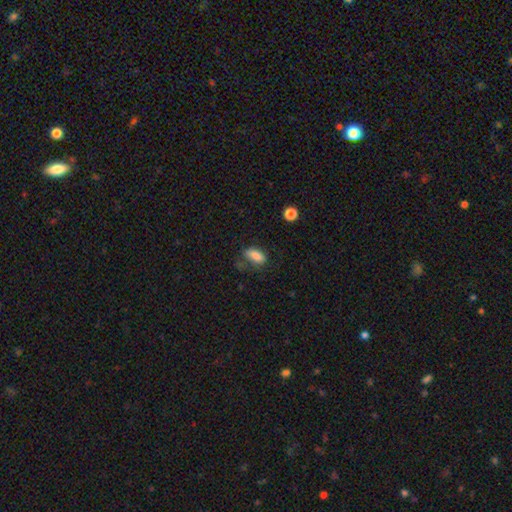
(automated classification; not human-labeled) Overall: smooth (83%). How rounded: in between (84%). Merging: none (60%; minor disturbance 25%).